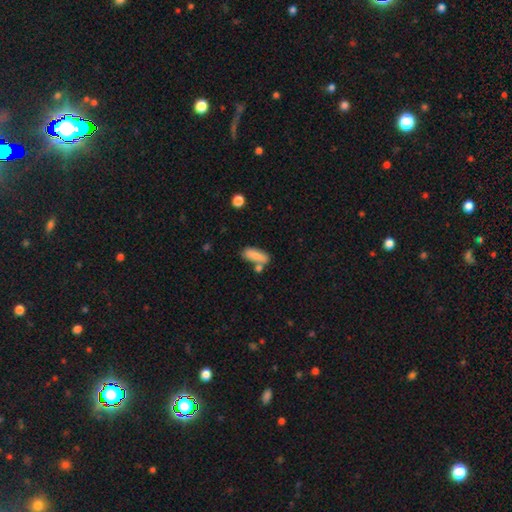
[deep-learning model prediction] Smooth or featured?
  - smooth: 83% *
  - featured or disk: 10%
  - star or artifact: 7%
How rounded?
  - in between: 62% *
  - cigar-shaped: 35%
  - round: 3%
Merging?
  - none: 58% *
  - merger: 22%
  - minor disturbance: 16%
  - major disturbance: 5%